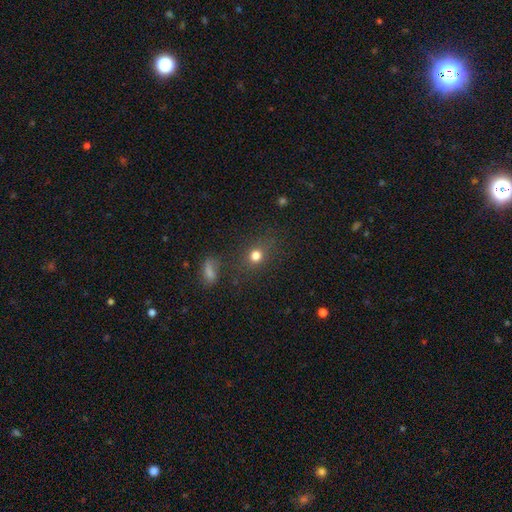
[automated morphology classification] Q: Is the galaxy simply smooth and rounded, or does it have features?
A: smooth — 76%.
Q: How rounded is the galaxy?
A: round — 78%.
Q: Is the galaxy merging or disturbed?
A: none — 78%.